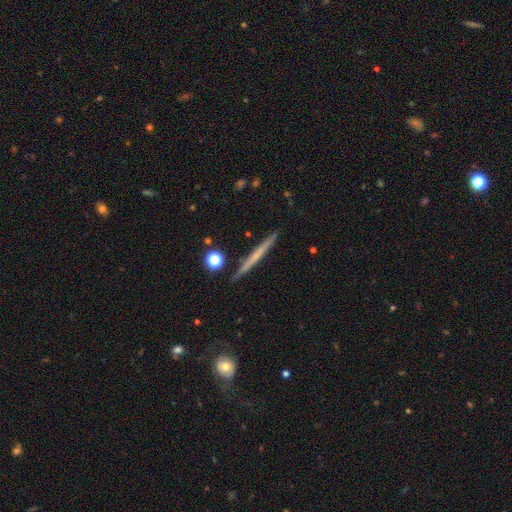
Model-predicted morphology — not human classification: smooth_or_featured: featured or disk (p=0.50) [alt: smooth p=0.44]
merging: none (p=0.91) [alt: minor disturbance p=0.06]